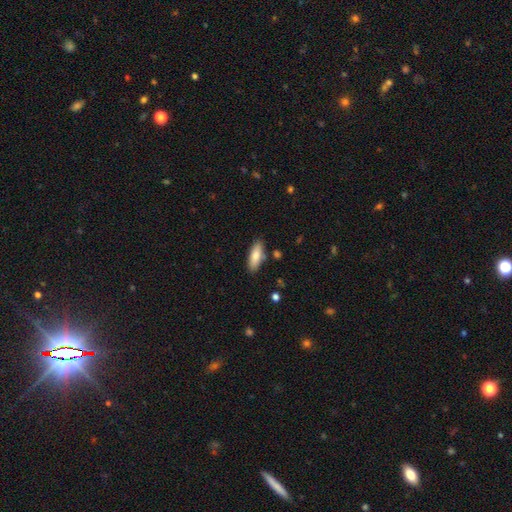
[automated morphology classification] Overall: smooth (82%). How rounded: in between (65%; cigar-shaped 33%). Merging: none (83%).